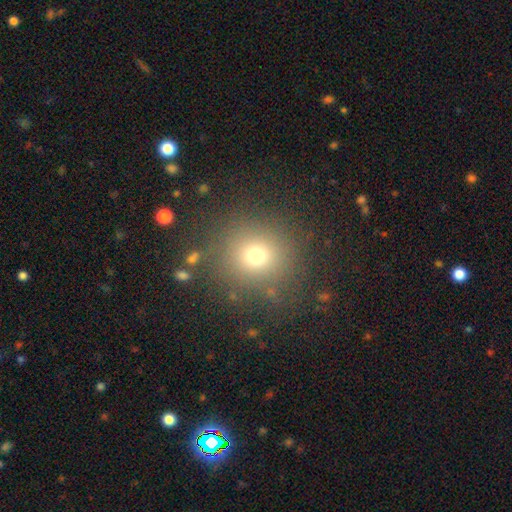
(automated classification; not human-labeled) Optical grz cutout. It shows a smooth galaxy with no disk features (71%) that is round (92%). Merging: none (84%).